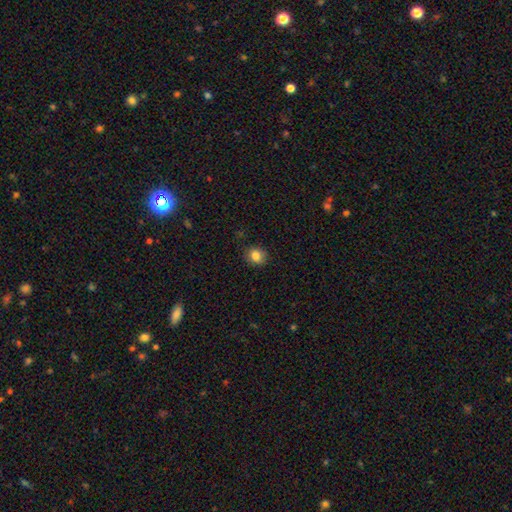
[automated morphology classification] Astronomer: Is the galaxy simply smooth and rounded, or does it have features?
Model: smooth — 84%.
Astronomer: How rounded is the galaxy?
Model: round — 67%.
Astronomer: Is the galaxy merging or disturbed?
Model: none — 86%.